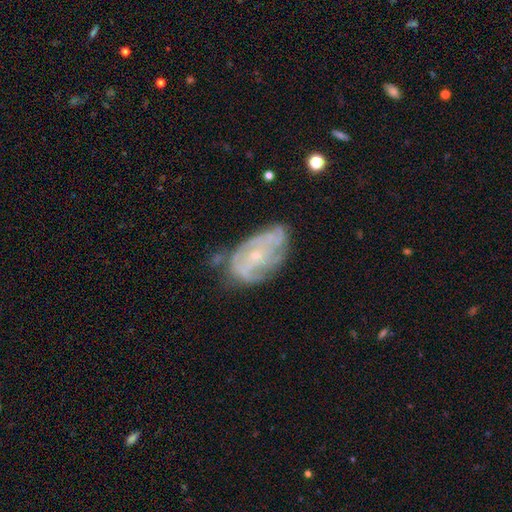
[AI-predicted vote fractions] This appears to be a featured or disk galaxy (75%) with no bar (72%), tight (50%) spiral arms (80%) and a small central bulge (73%). Merging: none (55%).